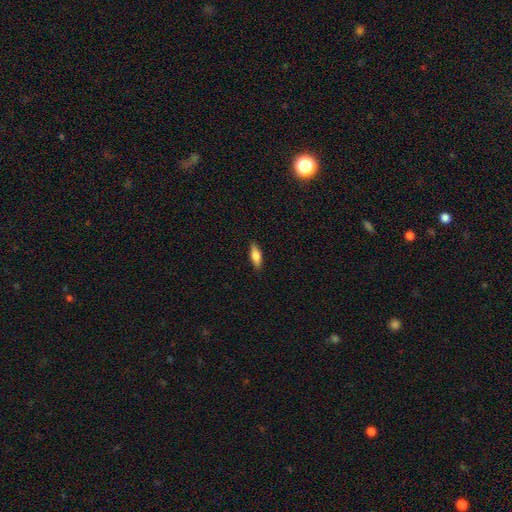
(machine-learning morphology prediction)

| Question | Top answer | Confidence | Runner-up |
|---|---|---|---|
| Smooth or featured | smooth | 74% | featured or disk (19%) |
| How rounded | in between | 60% | cigar-shaped (37%) |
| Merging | none | 87% | minor disturbance (10%) |